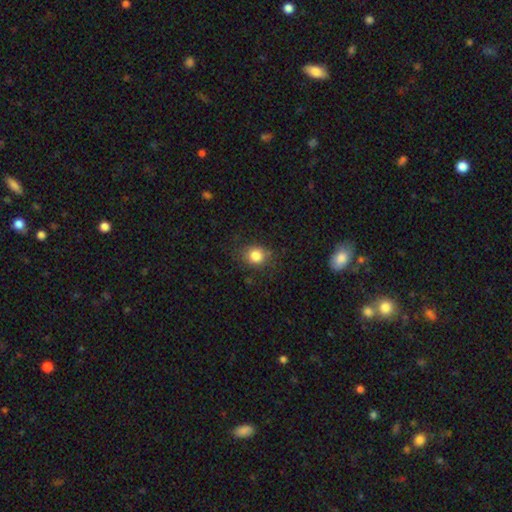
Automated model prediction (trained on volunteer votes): A smooth galaxy with no disk features (83%) that is round (69%).

Vote fractions:
- Smooth or featured? smooth: 83% / star or artifact: 11% / featured or disk: 7%
- How rounded? round: 69% / in between: 30% / cigar-shaped: 1%
- Merging? none: 78% / minor disturbance: 16% / major disturbance: 5% / merger: 1%